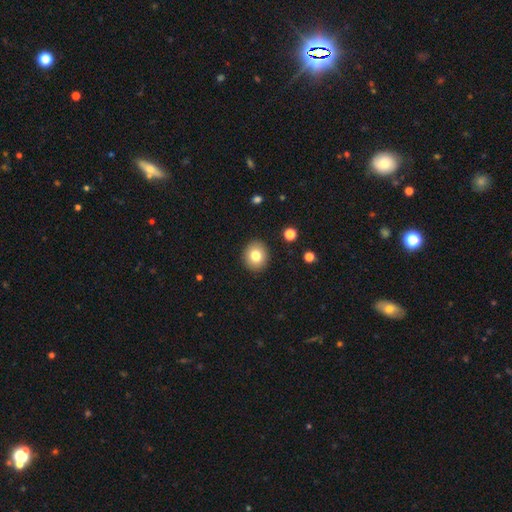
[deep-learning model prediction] Overall: smooth (79%). How rounded: round (75%). Merging: none (91%).